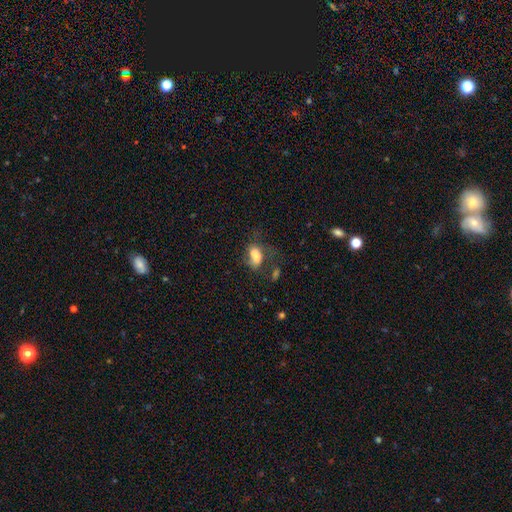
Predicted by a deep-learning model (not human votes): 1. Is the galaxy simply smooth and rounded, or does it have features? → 69% smooth, 21% featured or disk, 10% star or artifact.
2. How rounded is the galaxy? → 87% in between, 10% round, 3% cigar-shaped.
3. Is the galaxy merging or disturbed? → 37% none, 29% major disturbance, 25% minor disturbance, 9% merger.